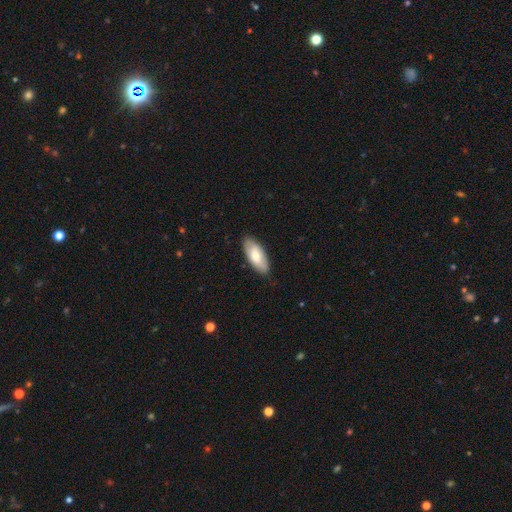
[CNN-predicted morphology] Q: Smooth or featured?
A: smooth (72%); runner-up: featured or disk (23%)
Q: How rounded?
A: in between (85%); runner-up: cigar-shaped (13%)
Q: Merging?
A: none (86%); runner-up: minor disturbance (11%)